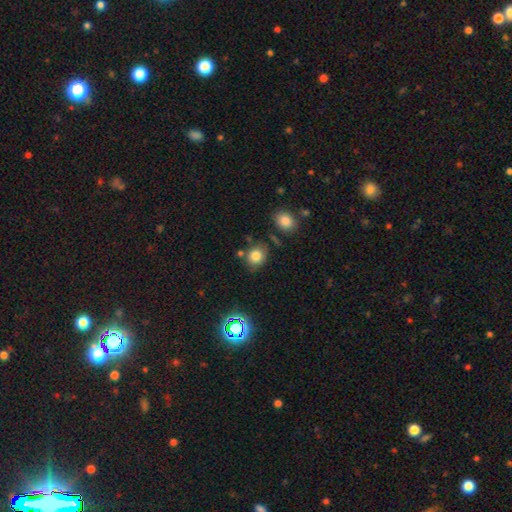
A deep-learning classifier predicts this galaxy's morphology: Smooth or featured? Predicted: smooth (p=0.80). How rounded? Predicted: round (p=0.65). Merging? Predicted: none (p=0.73).